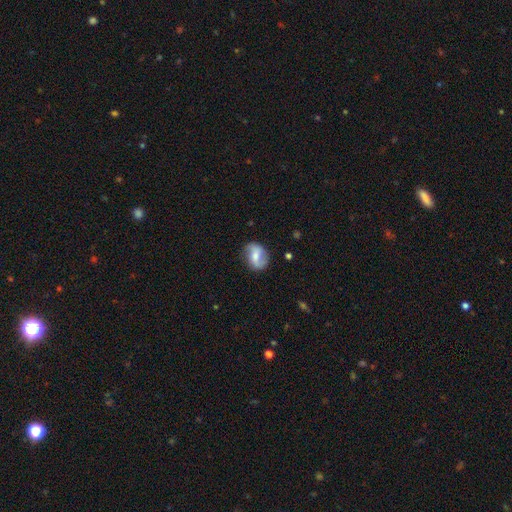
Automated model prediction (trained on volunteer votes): smooth_or_featured: featured or disk (p=0.54) [alt: smooth p=0.39]
disk_edge_on: no (p=0.95) [alt: yes p=0.05]
bar: weak (p=0.41) [alt: no p=0.34]
has_spiral_arms: yes (p=0.80) [alt: no p=0.20]
bulge_size: moderate (p=0.57) [alt: small p=0.33]
merging: none (p=0.75) [alt: minor disturbance p=0.18]